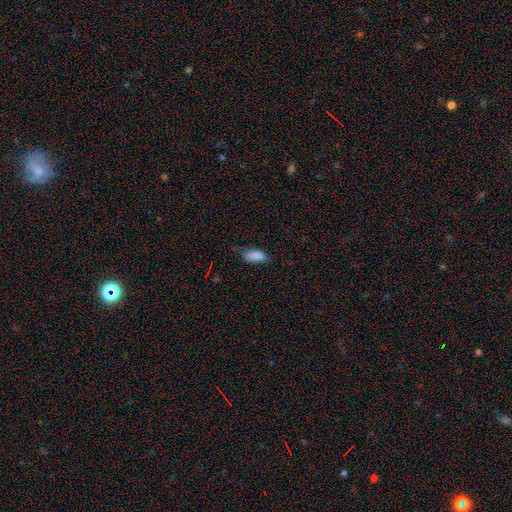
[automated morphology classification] The model was most divided on "merging": none: 51%, minor disturbance: 37%, major disturbance: 10%, merger: 2%. More confident: smooth or featured — smooth (85%); how rounded — in between (85%).